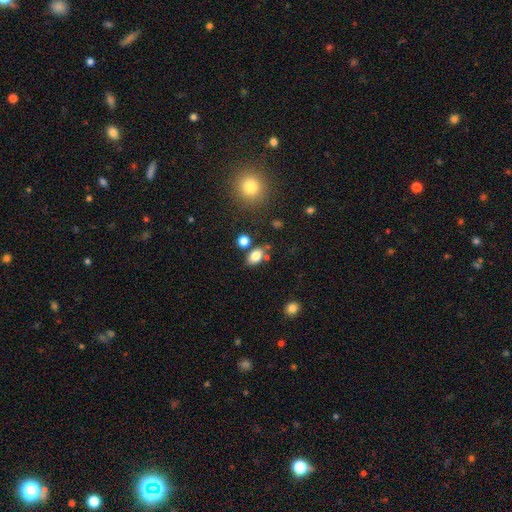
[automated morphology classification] type=smooth (81%); roundness=in between (84%); merging=none (72%).